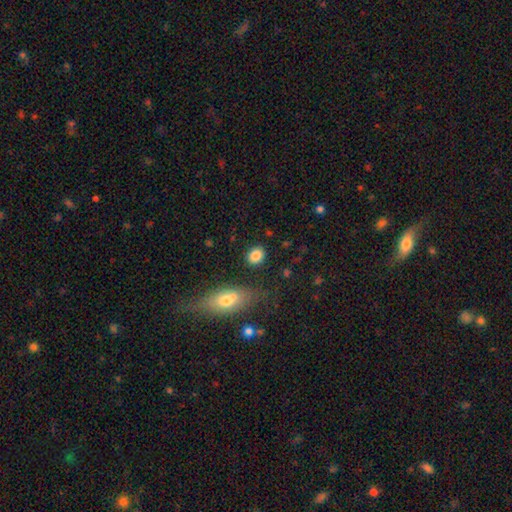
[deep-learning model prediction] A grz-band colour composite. It shows a smooth galaxy with no disk features (85%) that is round (54%). Merging: none (84%).